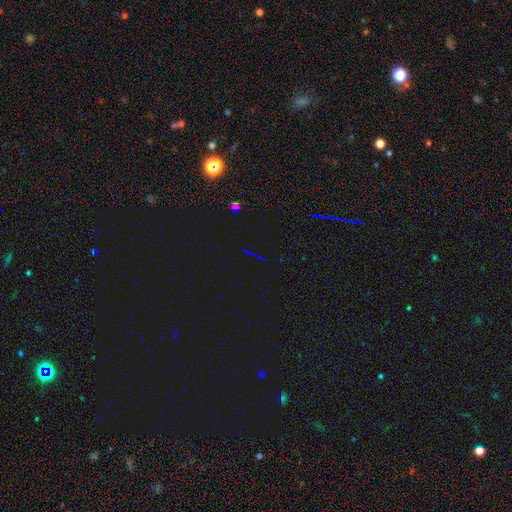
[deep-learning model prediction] This appears to be a star or artifact, not a galaxy (78%).